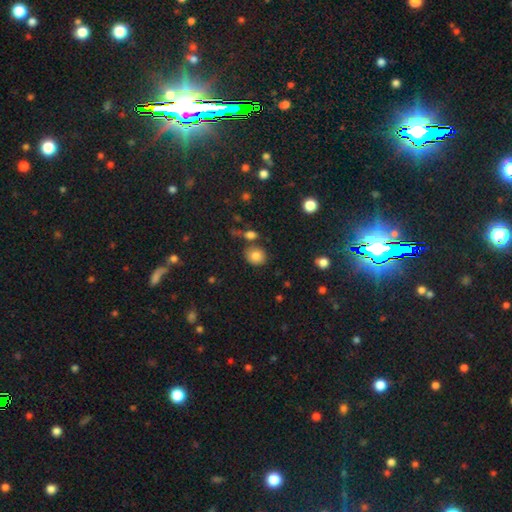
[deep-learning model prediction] The model was most divided on "how rounded": round: 77%, in between: 22%, cigar-shaped: 1%. More confident: smooth or featured — smooth (81%); merging — none (75%).